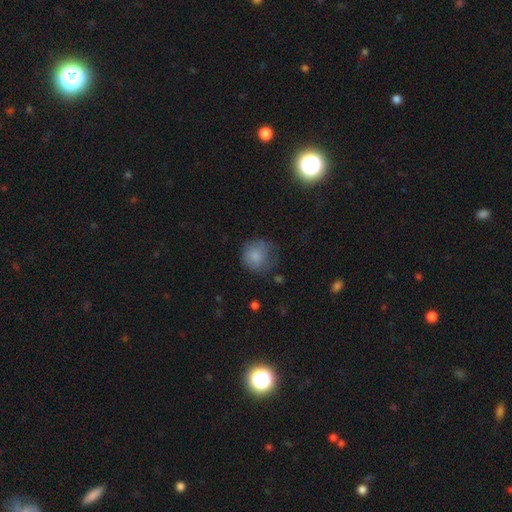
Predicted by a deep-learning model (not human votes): Smooth or featured? smooth (80%)
How rounded? round (87%)
Merging? none (53%)